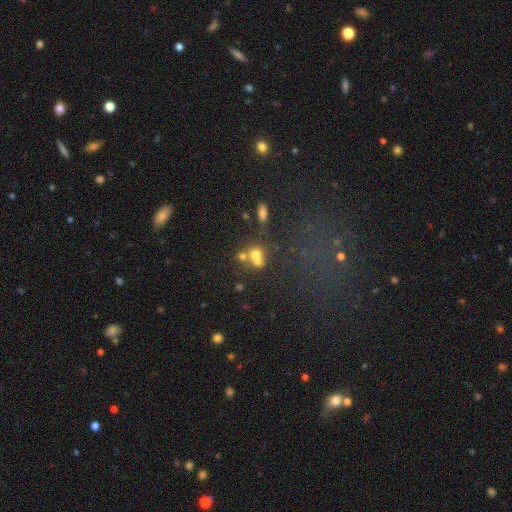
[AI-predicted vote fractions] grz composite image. It shows a smooth galaxy with no disk features (62%) that is round (67%). Merging: merger (58%).